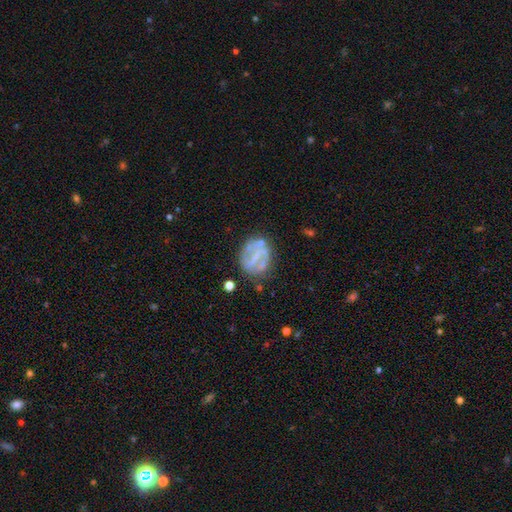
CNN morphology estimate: A featured or disk galaxy (64%) with a strong bar (36%), no spiral arms (54%) and no central bulge (61%).

Vote fractions:
- Smooth or featured? featured or disk: 64% / smooth: 27% / star or artifact: 10%
- Edge-on disk? no: 97% / yes: 3%
- Bar? strong: 36% / no: 32% / weak: 32%
- Spiral arms? no: 54% / yes: 46%
- Bulge size? none: 61% / small: 25% / moderate: 11% / large: 2% / dominant: 1%
- Merging? none: 60% / minor disturbance: 20% / major disturbance: 14% / merger: 6%